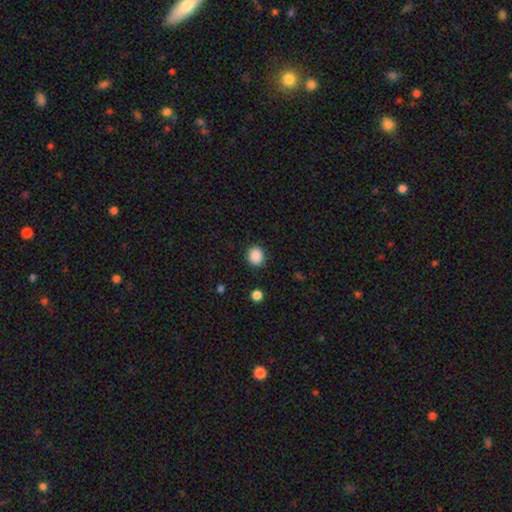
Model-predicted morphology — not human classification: Smooth or featured? smooth (89%)
How rounded? round (78%)
Merging? none (89%)